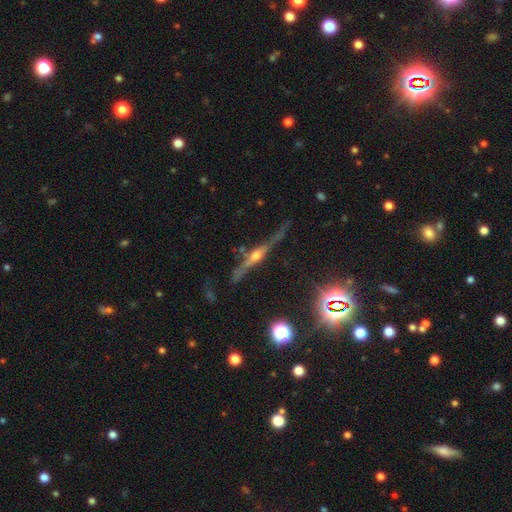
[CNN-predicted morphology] A featured or disk galaxy (79%) viewed edge-on (96%) with a rounded central bulge (89%).

Vote fractions:
- Smooth or featured? featured or disk: 79% / star or artifact: 11% / smooth: 10%
- Edge-on disk? yes: 96% / no: 4%
- Edge-on bulge? rounded: 89% / boxy: 7% / none: 4%
- Merging? none: 75% / minor disturbance: 18% / major disturbance: 5% / merger: 3%